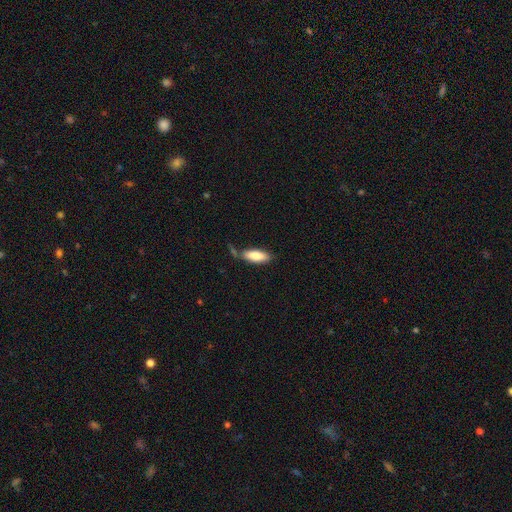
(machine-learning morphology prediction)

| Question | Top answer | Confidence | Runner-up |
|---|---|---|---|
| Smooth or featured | smooth | 82% | featured or disk (12%) |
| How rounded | in between | 73% | cigar-shaped (26%) |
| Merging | none | 62% | minor disturbance (21%) |